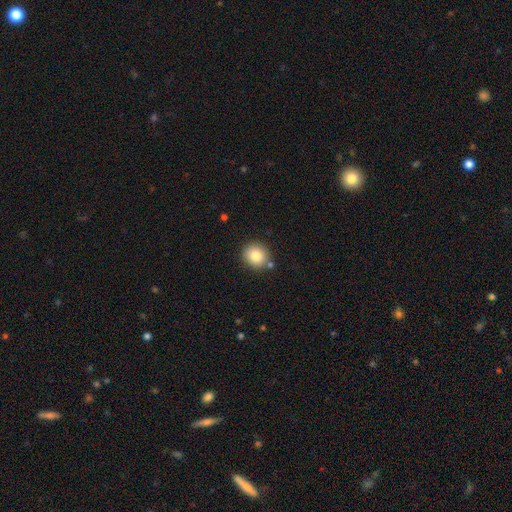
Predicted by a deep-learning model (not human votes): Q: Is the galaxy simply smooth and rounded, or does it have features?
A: smooth — 84%.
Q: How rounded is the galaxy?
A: round — 88%.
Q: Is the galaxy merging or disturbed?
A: none — 81%.